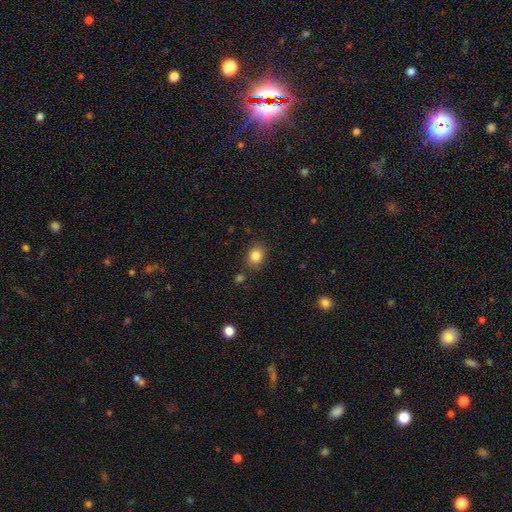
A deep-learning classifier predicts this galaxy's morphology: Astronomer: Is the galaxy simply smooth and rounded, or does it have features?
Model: smooth — 84%.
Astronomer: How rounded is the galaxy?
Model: round — 61% (runner-up: in between, 38%).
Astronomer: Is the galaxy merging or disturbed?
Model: none — 81%.